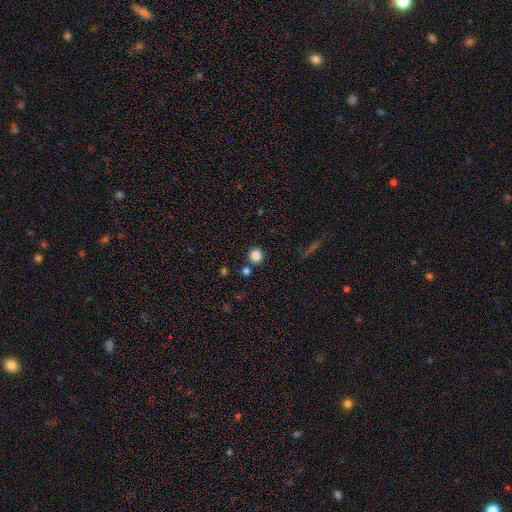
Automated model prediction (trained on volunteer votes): smooth-or-featured: smooth: 85% | star or artifact: 11% | featured or disk: 4%
  how-rounded: round: 88% | in between: 11% | cigar-shaped: 1%
  merging: none: 83% | minor disturbance: 7% | merger: 7% | major disturbance: 3%